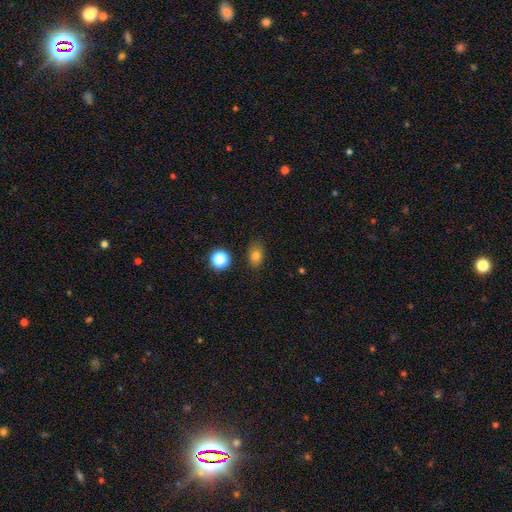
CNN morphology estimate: type=smooth (79%); roundness=in between (72%); merging=none (82%).